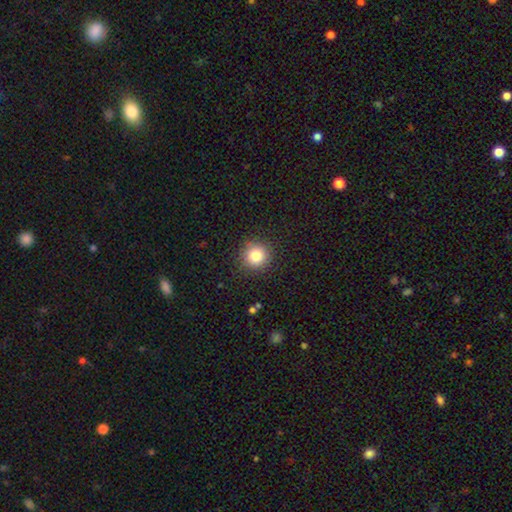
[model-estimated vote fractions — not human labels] The model was most divided on "smooth or featured": smooth: 81%, star or artifact: 12%, featured or disk: 7%. More confident: how rounded — round (94%); merging — none (90%).